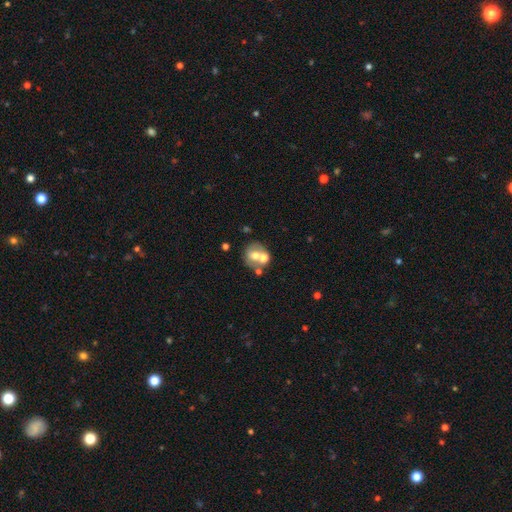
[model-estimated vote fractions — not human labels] smooth_or_featured: smooth (p=0.50) [alt: featured or disk p=0.39]
merging: none (p=0.44) [alt: merger p=0.38]